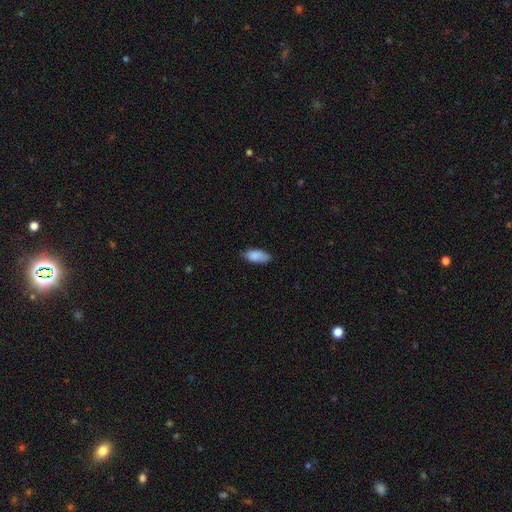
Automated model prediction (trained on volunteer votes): smooth_or_featured: smooth (p=0.86) [alt: featured or disk p=0.08]
how_rounded: in between (p=0.86) [alt: cigar-shaped p=0.12]
merging: none (p=0.72) [alt: minor disturbance p=0.23]